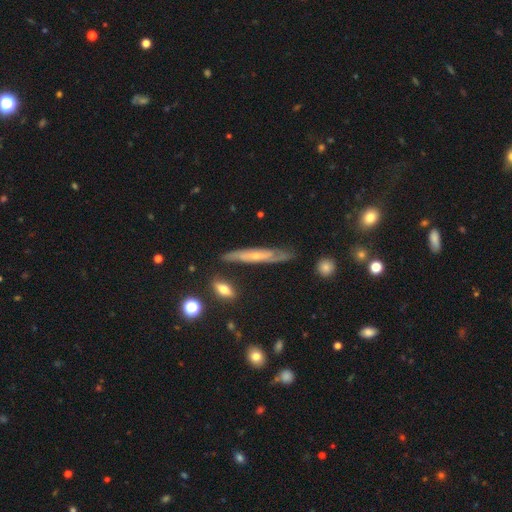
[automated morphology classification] This is likely a featured or disk galaxy (64%). It is likely viewed edge-on (71%). Merging: likely none (73%).